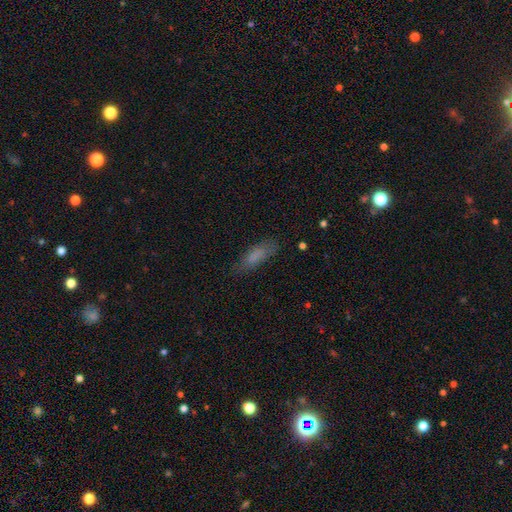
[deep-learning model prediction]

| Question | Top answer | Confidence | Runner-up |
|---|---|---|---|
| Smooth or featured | smooth | 75% | featured or disk (16%) |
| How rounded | cigar-shaped | 50% | in between (49%) |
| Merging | none | 73% | minor disturbance (19%) |